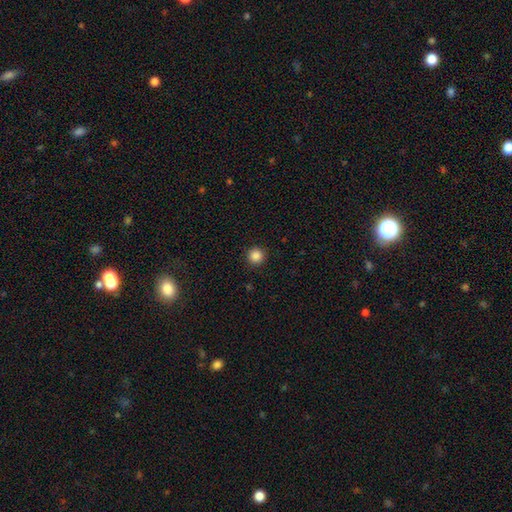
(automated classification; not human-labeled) smooth_or_featured: smooth (p=0.86) [alt: star or artifact p=0.11]
how_rounded: round (p=0.95) [alt: in between p=0.04]
merging: none (p=0.93) [alt: minor disturbance p=0.05]